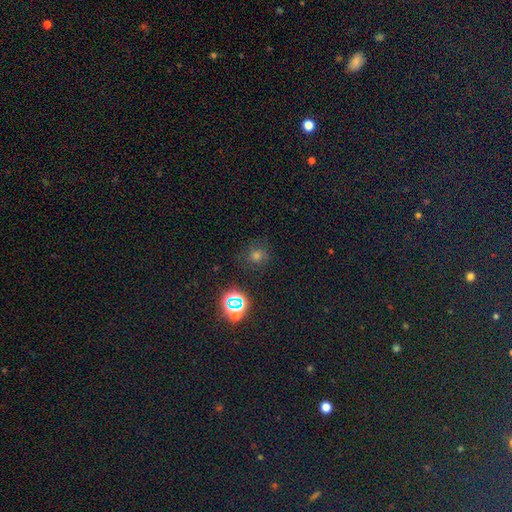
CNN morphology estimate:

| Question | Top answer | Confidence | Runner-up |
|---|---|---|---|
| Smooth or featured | smooth | 51% | star or artifact (42%) |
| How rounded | round | 88% | in between (10%) |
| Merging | none | 84% | minor disturbance (10%) |